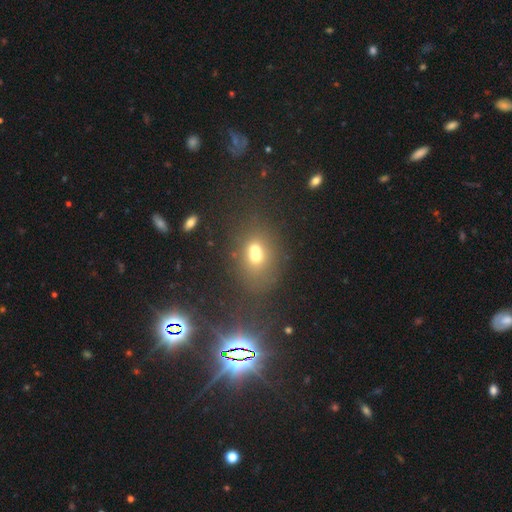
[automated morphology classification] A smooth galaxy with no disk features (60%) that is round (51%). Merging: merger (56%).